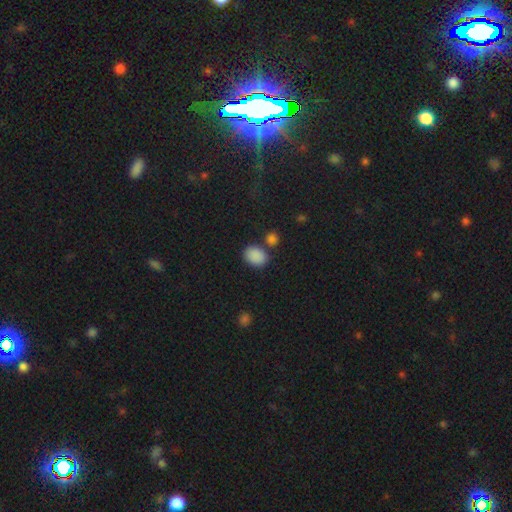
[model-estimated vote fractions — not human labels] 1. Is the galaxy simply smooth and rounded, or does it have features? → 87% smooth, 9% star or artifact, 4% featured or disk.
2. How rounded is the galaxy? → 68% in between, 31% round, 1% cigar-shaped.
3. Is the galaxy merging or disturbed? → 72% none, 13% minor disturbance, 12% merger, 4% major disturbance.